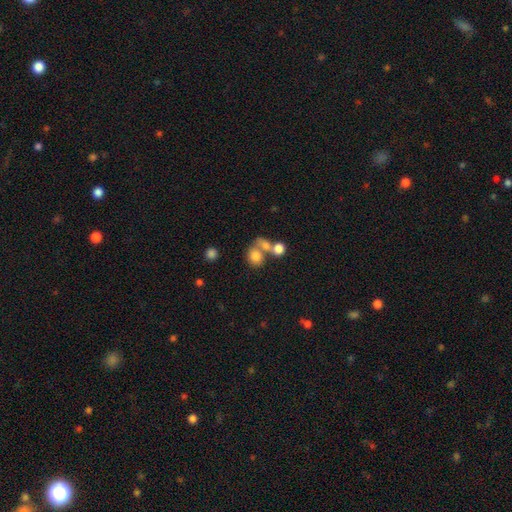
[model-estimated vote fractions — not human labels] Smooth or featured?
  - smooth: 76% *
  - featured or disk: 12%
  - star or artifact: 12%
How rounded?
  - round: 61% *
  - in between: 38%
  - cigar-shaped: 1%
Merging?
  - merger: 48% *
  - none: 36%
  - minor disturbance: 9%
  - major disturbance: 6%